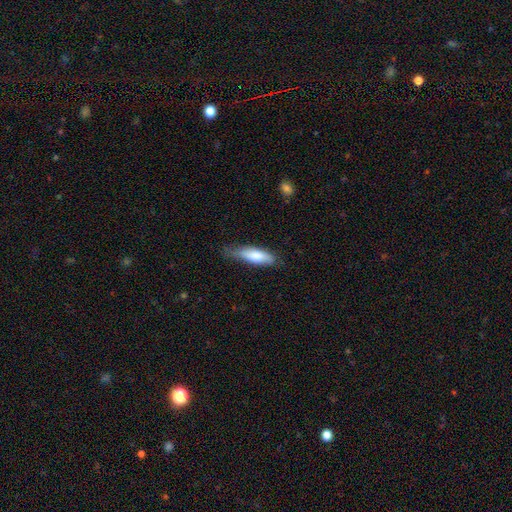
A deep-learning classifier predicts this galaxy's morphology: A smooth galaxy with no disk features (79%) that is in between round and cigar-shaped (51%).

Vote fractions:
- Smooth or featured? smooth: 79% / featured or disk: 16% / star or artifact: 6%
- How rounded? in between: 51% / cigar-shaped: 47% / round: 2%
- Merging? none: 52% / minor disturbance: 37% / major disturbance: 9% / merger: 2%